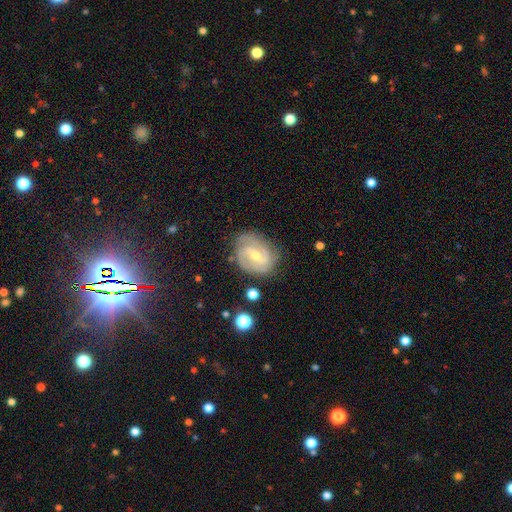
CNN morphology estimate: smooth-or-featured: featured or disk: 82% | smooth: 11% | star or artifact: 7%
  disk-edge-on: no: 97% | yes: 3%
    bar: weak: 50% | strong: 31% | no: 18%
    has-spiral-arms: yes: 94% | no: 6%
      spiral-winding: tight: 53% | medium: 37% | loose: 11%
      spiral-arm-count: 2: 60% | can't tell: 17% | 3: 14% | 1: 4% | 4: 3% | more than 4: 2%
    bulge-size: small: 52% | moderate: 45% | large: 1% | none: 1% | dominant: 1%
  merging: none: 74% | minor disturbance: 18% | major disturbance: 6% | merger: 2%